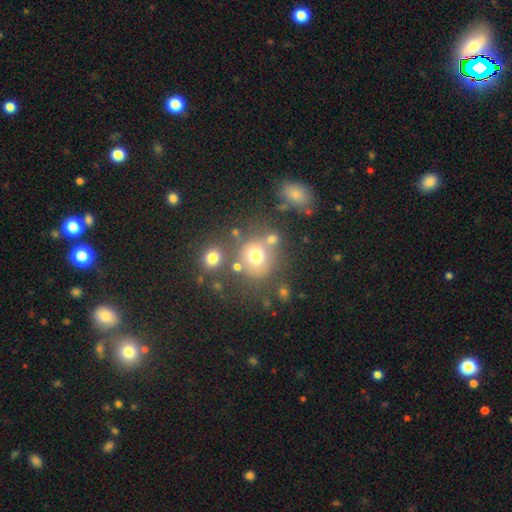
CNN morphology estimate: Smooth or featured: smooth — 69% (star or artifact — 17%)
How rounded: round — 82% (in between — 17%)
Merging: none — 58% (merger — 21%)